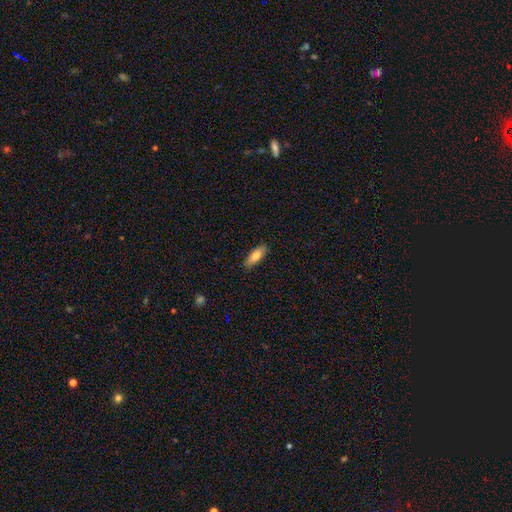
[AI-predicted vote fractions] A smooth galaxy with no disk features (79%) that is in between round and cigar-shaped (64%). Merging: none (87%).